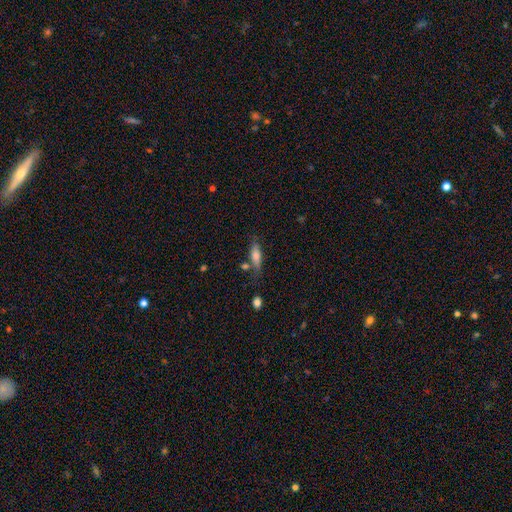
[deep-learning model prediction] This appears to be a smooth galaxy with no disk features (66%) that is cigar-shaped (51%). Merging: none (63%).